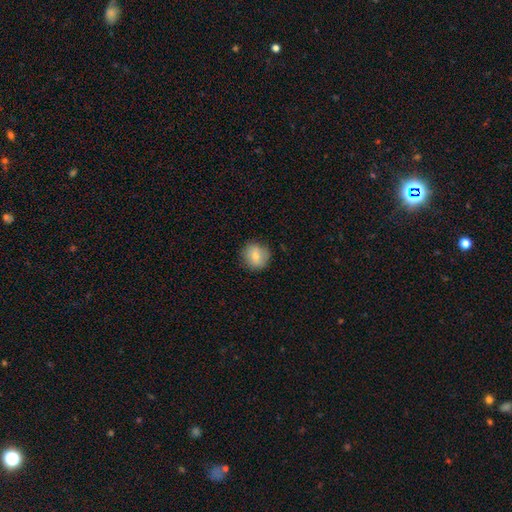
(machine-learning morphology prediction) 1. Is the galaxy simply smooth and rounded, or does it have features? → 78% smooth, 13% featured or disk, 9% star or artifact.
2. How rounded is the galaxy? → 89% round, 10% in between, 1% cigar-shaped.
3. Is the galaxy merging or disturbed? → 83% none, 12% minor disturbance, 3% major disturbance, 1% merger.